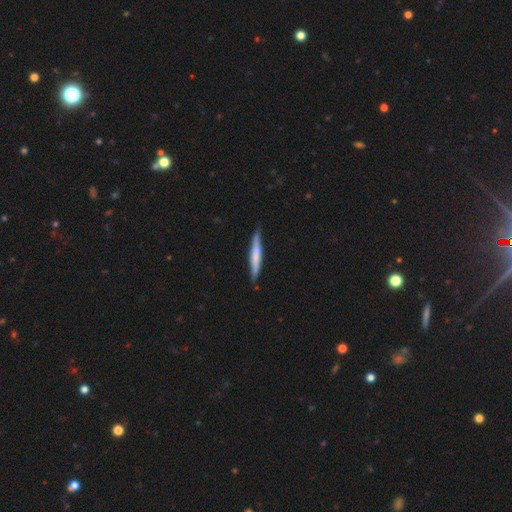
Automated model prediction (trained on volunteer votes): A smooth galaxy with no disk features (51%) that is cigar-shaped (95%).

Vote fractions:
- Smooth or featured? smooth: 51% / featured or disk: 44% / star or artifact: 5%
- How rounded? cigar-shaped: 95% / in between: 4% / round: 1%
- Merging? none: 84% / minor disturbance: 12% / major disturbance: 2% / merger: 1%